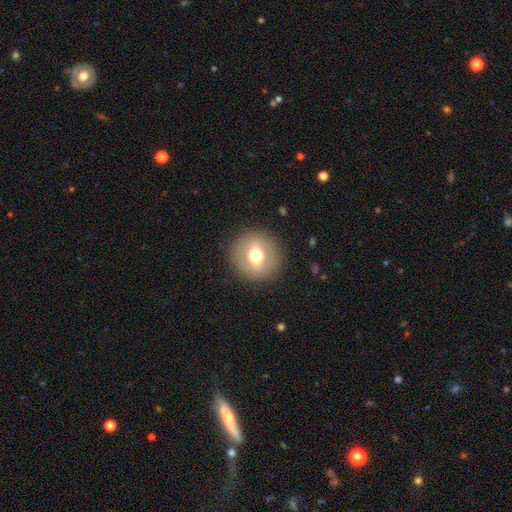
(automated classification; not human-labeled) smooth 59%, featured or disk 31%, star or artifact 10%. Down the decision tree: how rounded — round (92%); merging — none (89%).